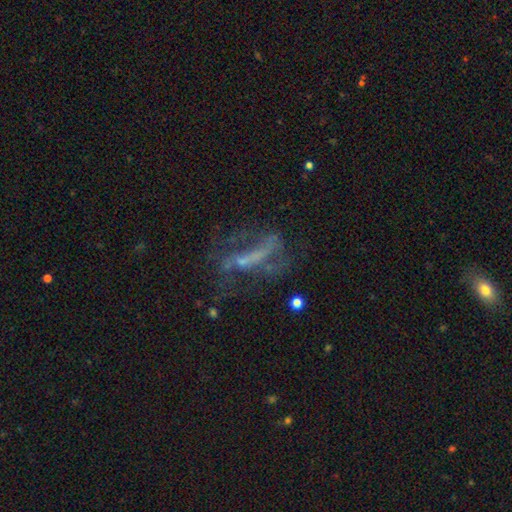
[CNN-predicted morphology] featured or disk 62%, star or artifact 19%, smooth 19%. Down the decision tree: edge-on disk — no (79%); merging — none (42%).